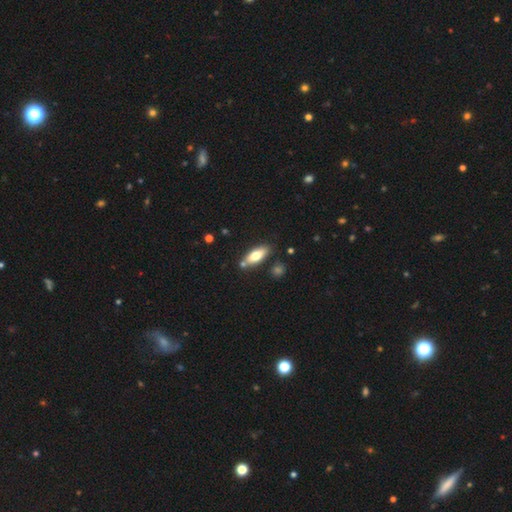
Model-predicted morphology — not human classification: This is likely a smooth galaxy (68%). How rounded: likely in between (71%). Merging: likely none (76%).